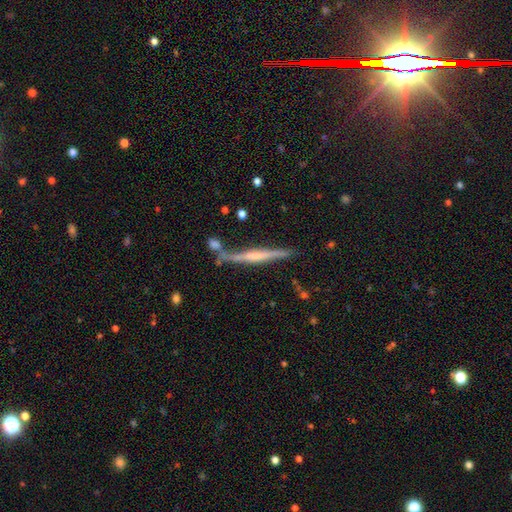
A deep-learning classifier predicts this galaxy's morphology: Smooth or featured?
  - featured or disk: 66% *
  - smooth: 27%
  - star or artifact: 7%
Edge-on disk?
  - yes: 96% *
  - no: 4%
Edge-on bulge?
  - none: 39% * (tied)
  - rounded: 39% * (tied)
  - boxy: 22%
Merging?
  - none: 69% *
  - minor disturbance: 15%
  - merger: 12%
  - major disturbance: 5%